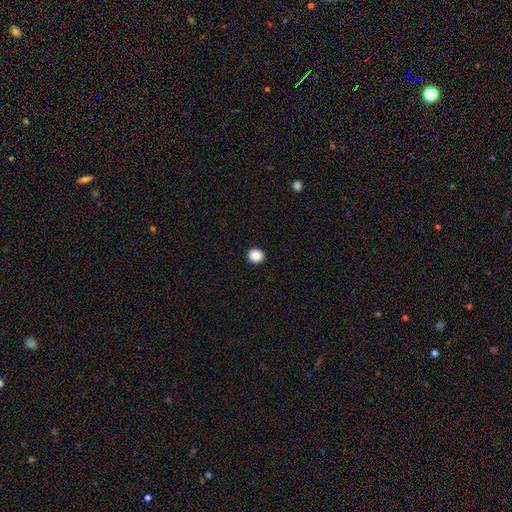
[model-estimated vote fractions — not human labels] A smooth galaxy with no disk features (89%) that is round (89%).

Vote fractions:
- Smooth or featured? smooth: 89% / star or artifact: 9% / featured or disk: 2%
- How rounded? round: 89% / in between: 10% / cigar-shaped: 1%
- Merging? none: 93% / minor disturbance: 4% / major disturbance: 2% / merger: 1%